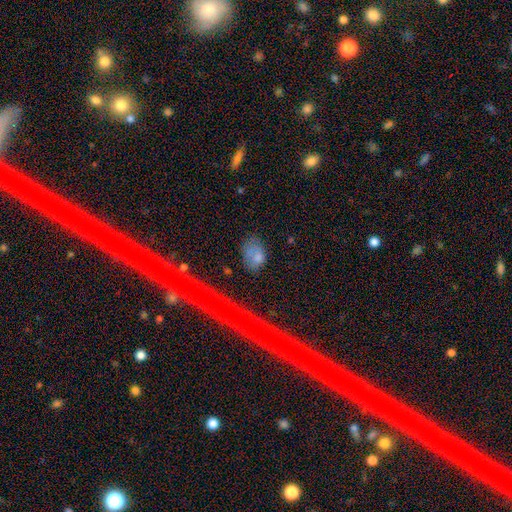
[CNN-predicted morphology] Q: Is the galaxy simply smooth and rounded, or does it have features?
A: smooth — 63%.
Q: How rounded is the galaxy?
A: in between — 71%.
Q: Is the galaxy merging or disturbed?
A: none — 52%.